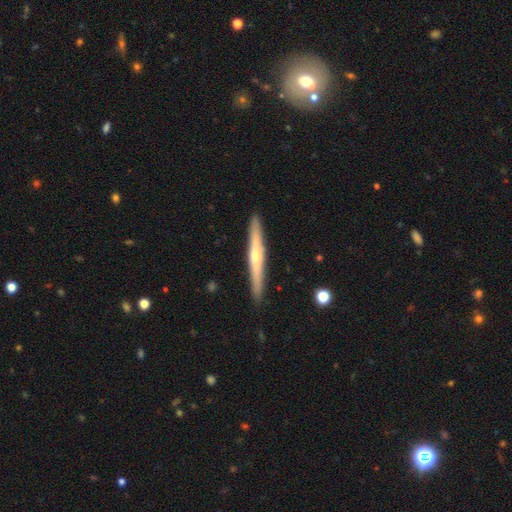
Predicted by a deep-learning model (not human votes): featured or disk 59%, smooth 35%, star or artifact 5%. Down the decision tree: edge-on disk — yes (96%); edge-on bulge — rounded (76%); merging — none (91%).